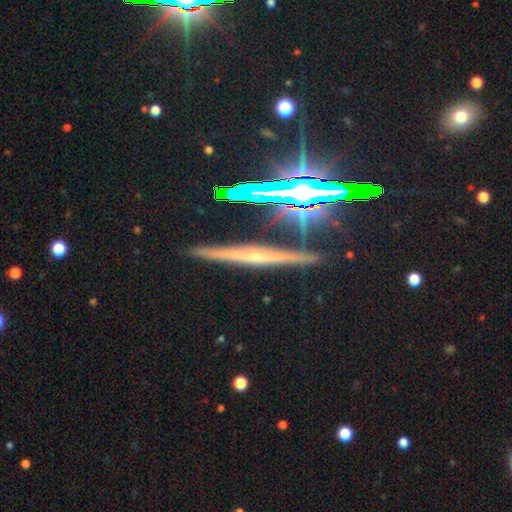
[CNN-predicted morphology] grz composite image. It shows a featured or disk galaxy (62%) viewed edge-on (96%) with a rounded central bulge (55%). Merging: none (87%).